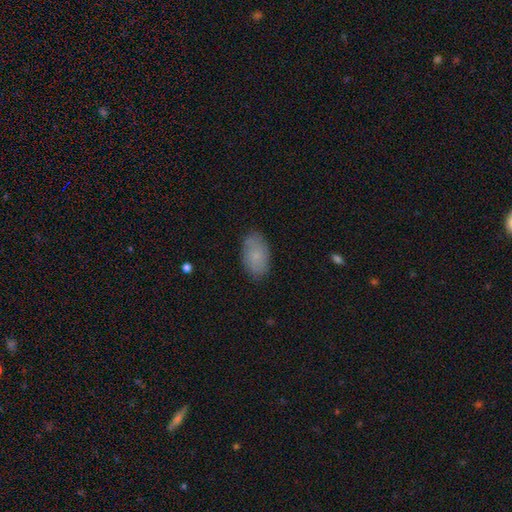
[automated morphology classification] A smooth galaxy with no disk features (74%) that is in between round and cigar-shaped (92%).

Vote fractions:
- Smooth or featured? smooth: 74% / featured or disk: 18% / star or artifact: 8%
- How rounded? in between: 92% / round: 6% / cigar-shaped: 2%
- Merging? none: 81% / minor disturbance: 14% / major disturbance: 3% / merger: 1%